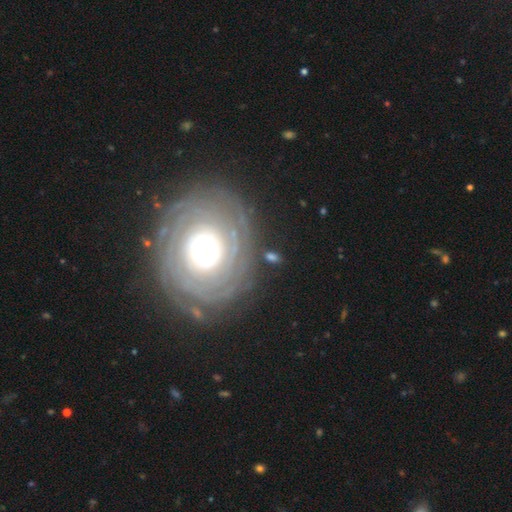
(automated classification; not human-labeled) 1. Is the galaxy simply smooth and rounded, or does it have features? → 76% featured or disk, 16% smooth, 8% star or artifact.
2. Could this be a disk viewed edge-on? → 97% no, 3% yes.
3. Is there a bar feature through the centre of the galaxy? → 83% no, 12% weak, 5% strong.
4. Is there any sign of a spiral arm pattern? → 83% yes, 17% no.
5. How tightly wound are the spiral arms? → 83% tight, 13% medium, 4% loose.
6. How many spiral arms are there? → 37% can't tell, 22% 2, 13% 3, 11% more than 4, 9% 4, 8% 1.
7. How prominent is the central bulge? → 53% moderate, 34% large, 7% small, 5% dominant, 1% none.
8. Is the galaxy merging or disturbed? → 83% none, 10% minor disturbance, 5% major disturbance, 2% merger.